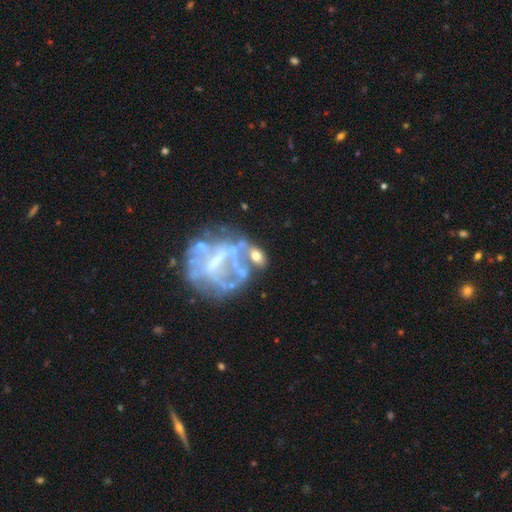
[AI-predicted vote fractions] This appears to be a featured or disk galaxy (58%) with no bar (57%), no spiral arms (81%) and no central bulge (49%). Merging: none (35%).